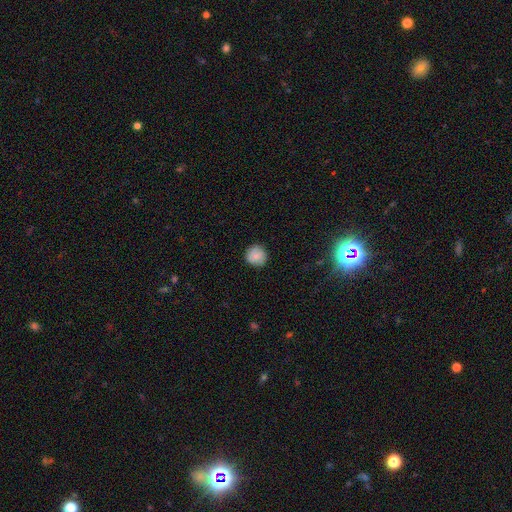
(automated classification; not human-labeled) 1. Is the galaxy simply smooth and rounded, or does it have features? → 81% smooth, 11% featured or disk, 8% star or artifact.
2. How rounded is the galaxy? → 92% round, 7% in between, 1% cigar-shaped.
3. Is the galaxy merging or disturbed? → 85% none, 12% minor disturbance, 2% major disturbance, 1% merger.